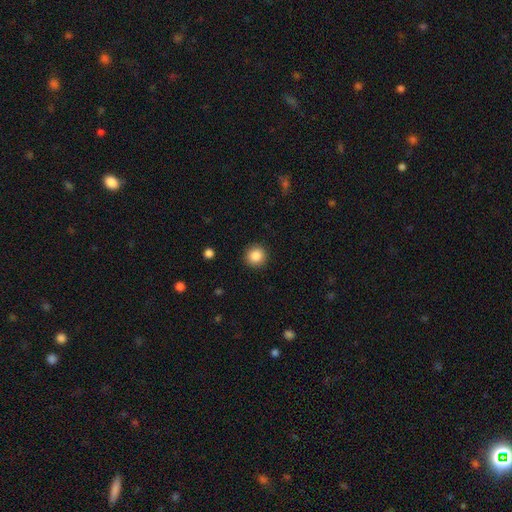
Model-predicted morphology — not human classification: Smooth or featured?
  - smooth: 86% *
  - star or artifact: 9%
  - featured or disk: 4%
How rounded?
  - round: 94% *
  - in between: 5%
  - cigar-shaped: 1%
Merging?
  - none: 92% *
  - minor disturbance: 5%
  - major disturbance: 2%
  - merger: 1%